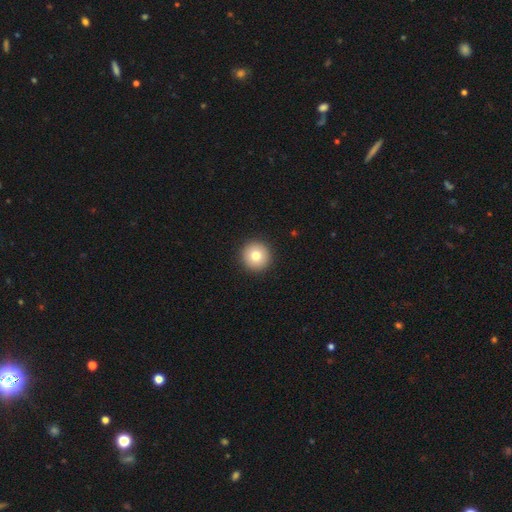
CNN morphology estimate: smooth_or_featured: smooth (p=0.78) [alt: featured or disk p=0.12]
how_rounded: round (p=0.96) [alt: in between p=0.03]
merging: none (p=0.94) [alt: minor disturbance p=0.04]